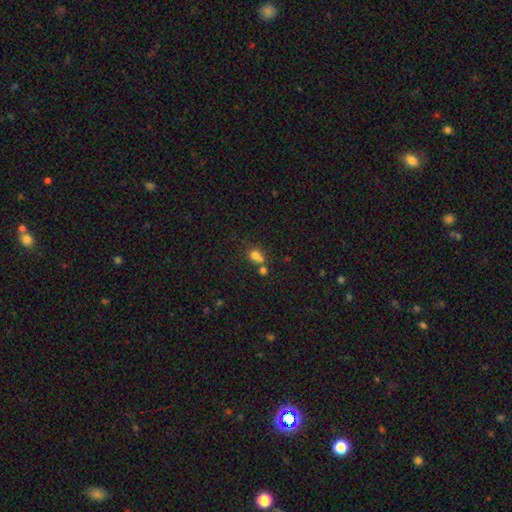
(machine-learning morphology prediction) This appears to be a smooth galaxy with no disk features (74%) that is round (70%). Merging: merger (51%).